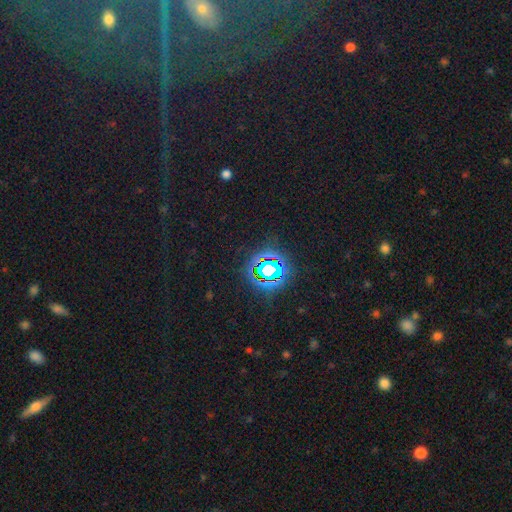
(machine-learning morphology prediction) smooth-or-featured: star or artifact: 76% | smooth: 14% | featured or disk: 10%